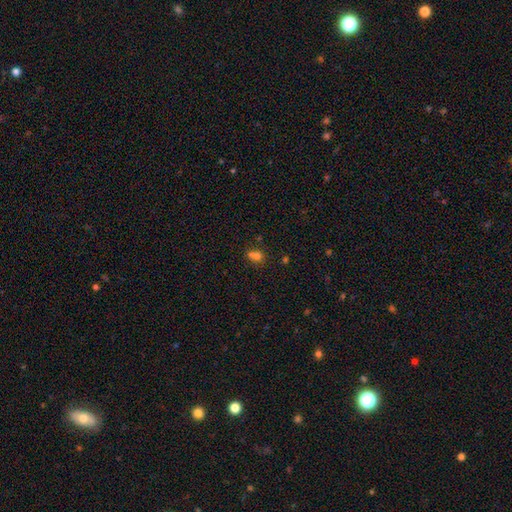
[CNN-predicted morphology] smooth_or_featured: smooth (p=0.69) [alt: star or artifact p=0.18]
how_rounded: round (p=0.69) [alt: in between p=0.29]
merging: merger (p=0.51) [alt: none p=0.37]